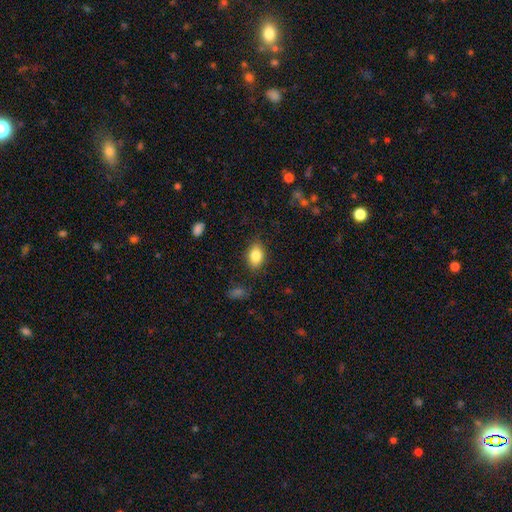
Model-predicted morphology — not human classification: smooth_or_featured: smooth (p=0.84) [alt: star or artifact p=0.08]
how_rounded: in between (p=0.83) [alt: round p=0.15]
merging: none (p=0.85) [alt: minor disturbance p=0.11]